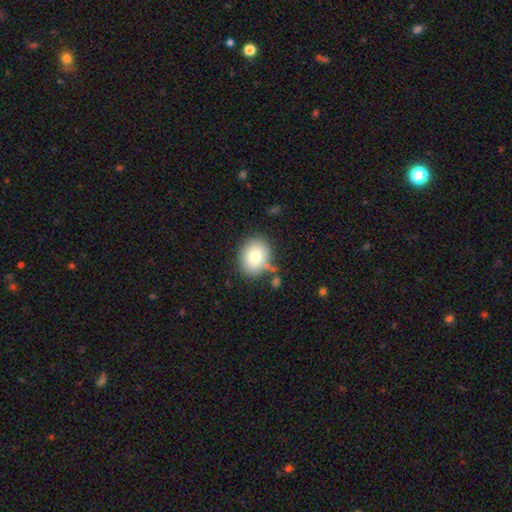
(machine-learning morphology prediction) Smooth or featured? smooth (78%)
How rounded? round (51%)
Merging? none (79%)